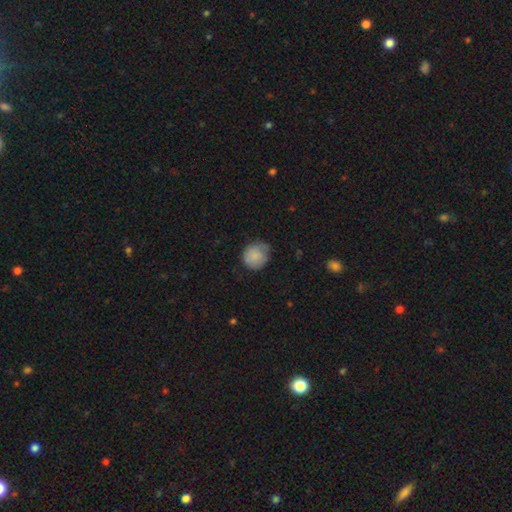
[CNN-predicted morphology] type=smooth (82%); roundness=round (82%); merging=none (61%).